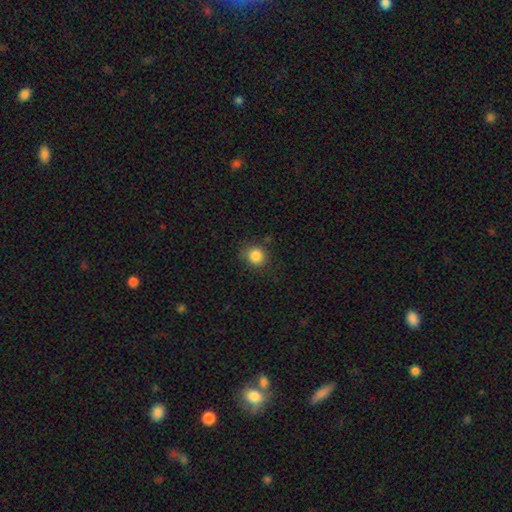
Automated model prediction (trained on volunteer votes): Smooth or featured: smooth — 85% (star or artifact — 11%)
How rounded: round — 87% (in between — 12%)
Merging: none — 81% (minor disturbance — 14%)